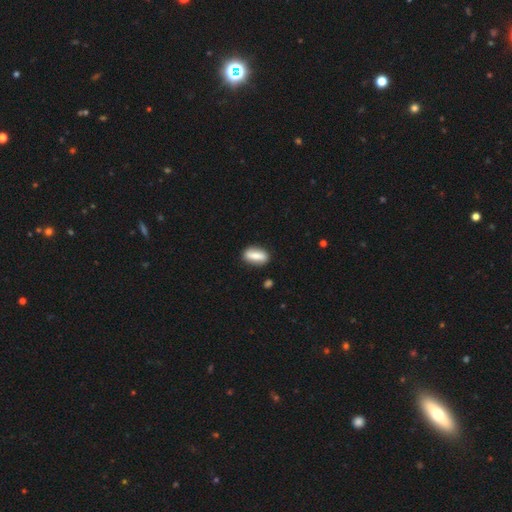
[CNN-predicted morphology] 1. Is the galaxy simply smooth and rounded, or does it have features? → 72% smooth, 22% featured or disk, 7% star or artifact.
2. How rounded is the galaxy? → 76% in between, 19% cigar-shaped, 5% round.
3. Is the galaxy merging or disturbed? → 86% none, 10% minor disturbance, 2% major disturbance, 2% merger.